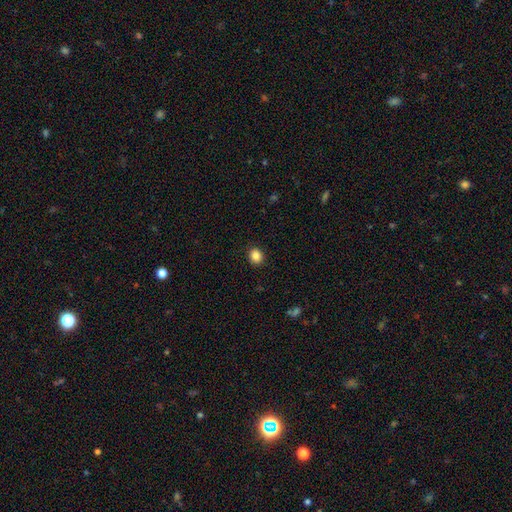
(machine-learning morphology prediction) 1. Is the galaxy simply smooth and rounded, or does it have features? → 85% smooth, 10% star or artifact, 4% featured or disk.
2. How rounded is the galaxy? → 68% round, 31% in between, 1% cigar-shaped.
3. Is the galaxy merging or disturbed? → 91% none, 6% minor disturbance, 2% major disturbance, 1% merger.